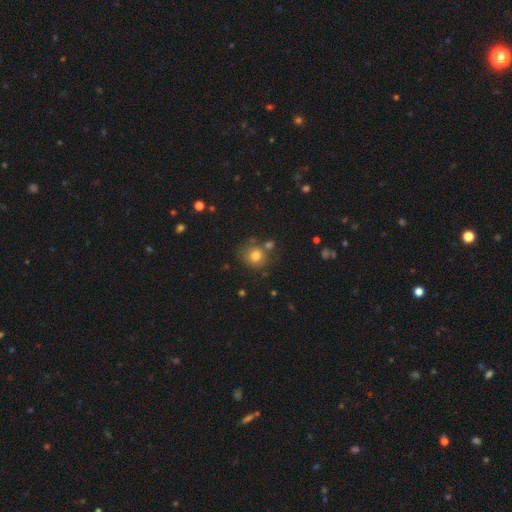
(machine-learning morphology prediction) This appears to be a smooth galaxy with no disk features (78%) that is round (86%). Merging: none (67%).